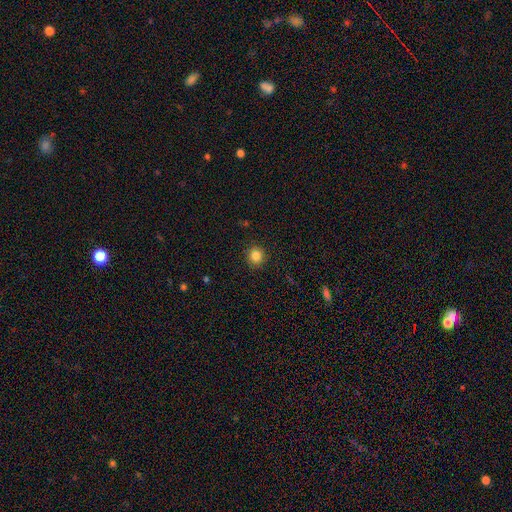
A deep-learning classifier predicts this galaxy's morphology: This appears to be a smooth galaxy with no disk features (84%) that is round (87%). Merging: none (90%).